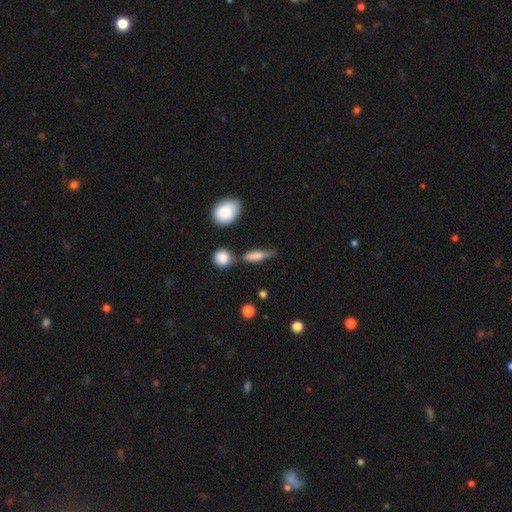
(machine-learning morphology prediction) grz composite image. It shows a smooth galaxy with no disk features (72%) that is cigar-shaped (55%). Merging: none (52%).